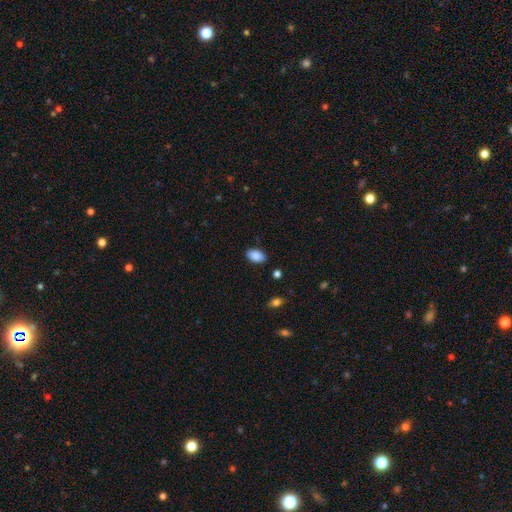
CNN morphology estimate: smooth_or_featured: smooth (p=0.88) [alt: star or artifact p=0.07]
how_rounded: in between (p=0.93) [alt: round p=0.05]
merging: none (p=0.86) [alt: minor disturbance p=0.10]